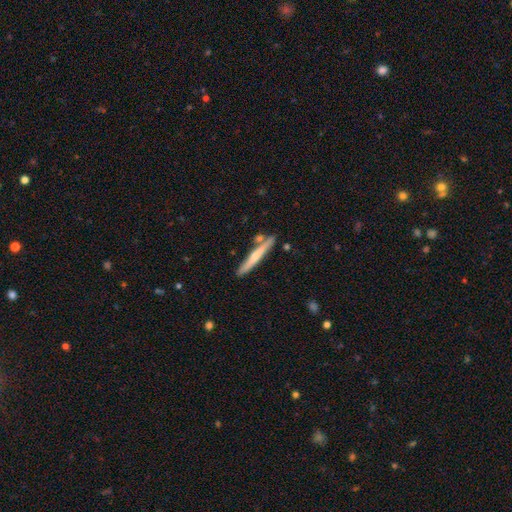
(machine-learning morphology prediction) A featured or disk galaxy (47%, tied with smooth). Merging: none (80%).